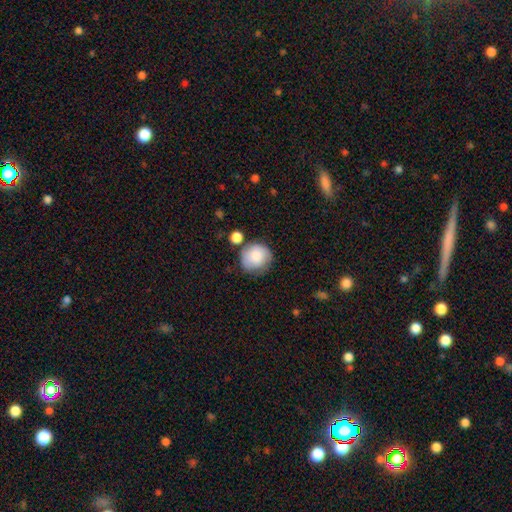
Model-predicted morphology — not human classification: This appears to be a smooth galaxy with no disk features (81%) that is round (87%). Merging: none (62%).